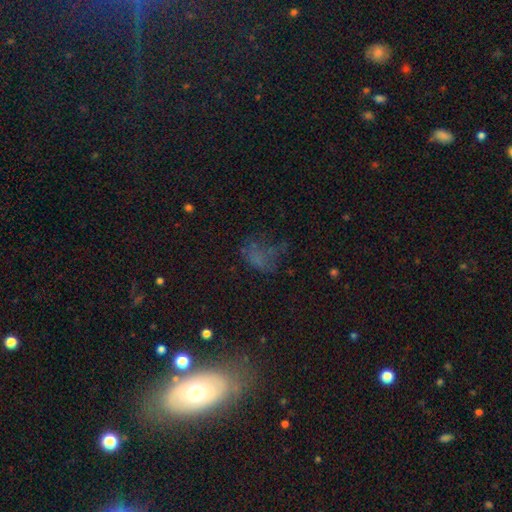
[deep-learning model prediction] This appears to be a smooth galaxy with no disk features (39%). Merging: none (43%).